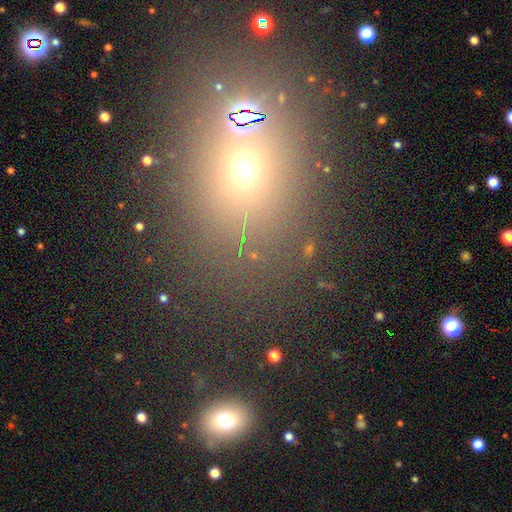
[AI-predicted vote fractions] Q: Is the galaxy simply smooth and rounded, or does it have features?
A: smooth — 47%.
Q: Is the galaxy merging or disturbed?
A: none — 73%.